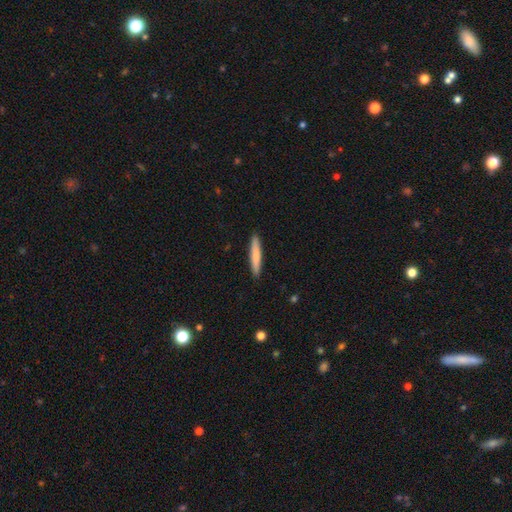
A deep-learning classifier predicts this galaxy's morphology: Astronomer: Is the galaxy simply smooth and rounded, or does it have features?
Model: smooth — 78%.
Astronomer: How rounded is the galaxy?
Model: cigar-shaped — 93%.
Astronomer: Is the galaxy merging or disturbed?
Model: none — 92%.